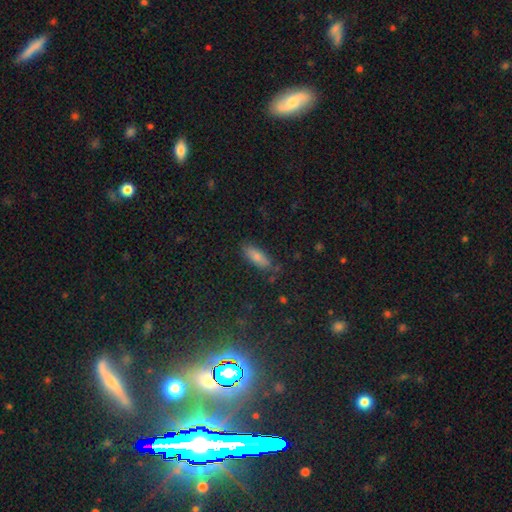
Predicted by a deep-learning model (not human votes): This is likely a smooth galaxy (79%). How rounded: likely in between (67%). Merging: clearly none (80%).